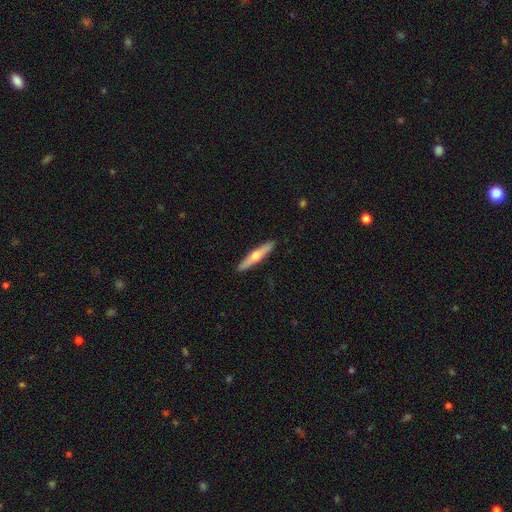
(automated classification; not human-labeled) featured or disk 56%, smooth 39%, star or artifact 5%. Down the decision tree: edge-on disk — yes (94%); edge-on bulge — rounded (92%); merging — none (92%).